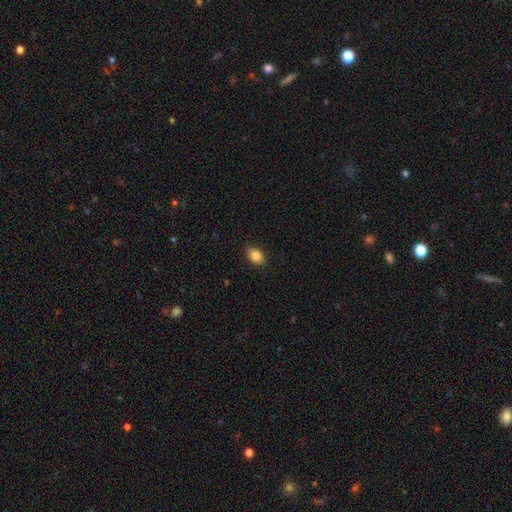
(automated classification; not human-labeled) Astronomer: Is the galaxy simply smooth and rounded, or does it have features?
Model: smooth — 86%.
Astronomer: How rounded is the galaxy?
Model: in between — 87%.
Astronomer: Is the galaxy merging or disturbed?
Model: none — 88%.